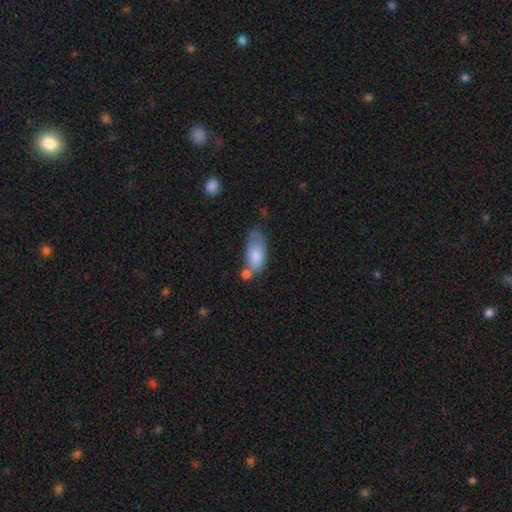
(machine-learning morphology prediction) A smooth galaxy with no disk features (75%) that is in between round and cigar-shaped (90%). Merging: none (36%).